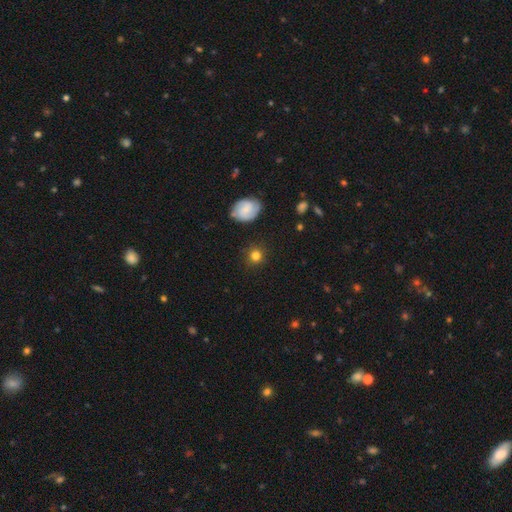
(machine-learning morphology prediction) Smooth or featured? Predicted: smooth (p=0.75). How rounded? Predicted: round (p=0.90). Merging? Predicted: none (p=0.85).